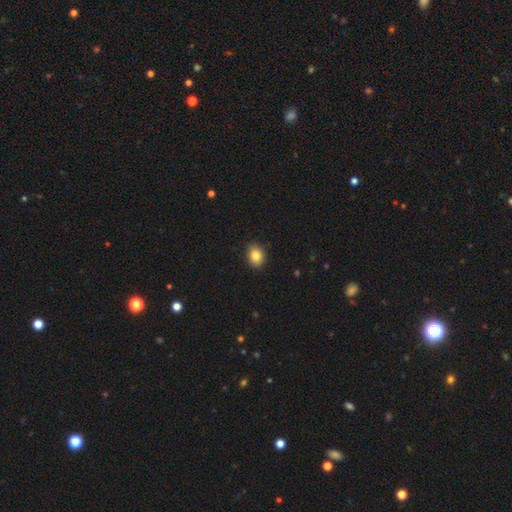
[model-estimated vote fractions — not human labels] Overall: smooth (85%). How rounded: in between (62%; round 37%). Merging: none (89%).